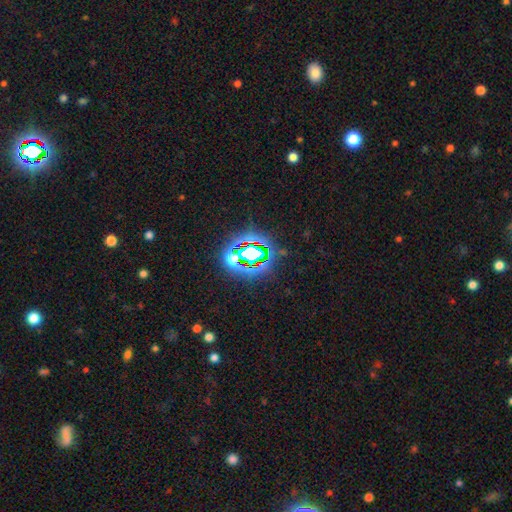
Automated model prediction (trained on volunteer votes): star or artifact 79%, smooth 12%, featured or disk 8%.